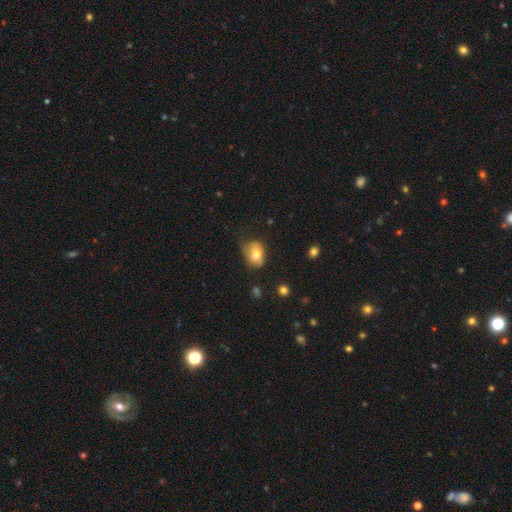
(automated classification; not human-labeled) Overall: smooth (72%). How rounded: in between (67%; round 32%). Merging: none (46%; minor disturbance 35%).